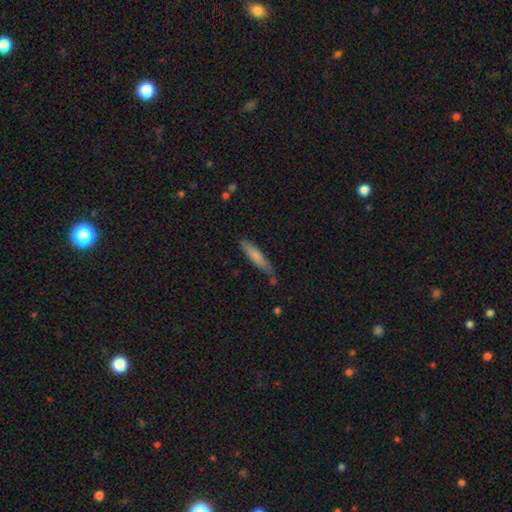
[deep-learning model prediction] Q: Smooth or featured?
A: smooth (74%); runner-up: featured or disk (20%)
Q: How rounded?
A: cigar-shaped (84%); runner-up: in between (14%)
Q: Merging?
A: none (67%); runner-up: minor disturbance (24%)